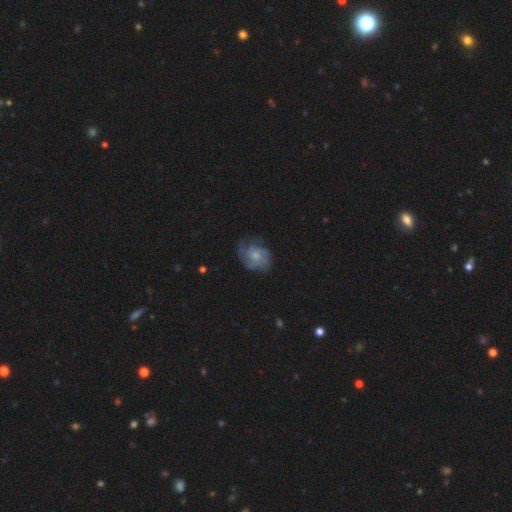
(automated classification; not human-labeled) This is possibly a featured or disk galaxy (53%). It is clearly not viewed edge-on (97%). Bar: likely no (79%). Spiral arm pattern: likely yes (75%). Central bulge: possibly moderate (48%). Merging: possibly none (57%).